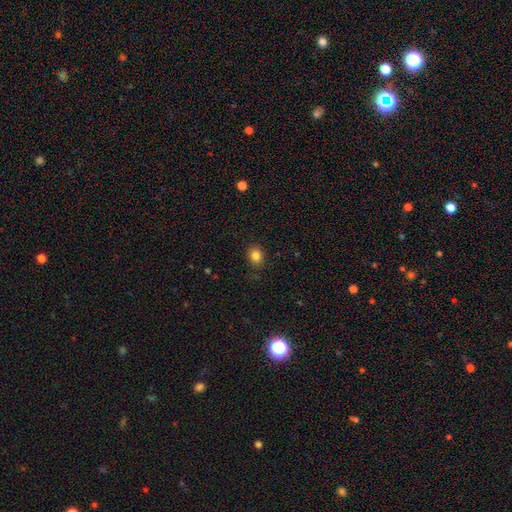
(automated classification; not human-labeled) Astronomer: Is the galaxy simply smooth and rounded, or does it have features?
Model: smooth — 85%.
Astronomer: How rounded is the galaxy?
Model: round — 56% (runner-up: in between, 43%).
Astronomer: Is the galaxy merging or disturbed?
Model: none — 87%.